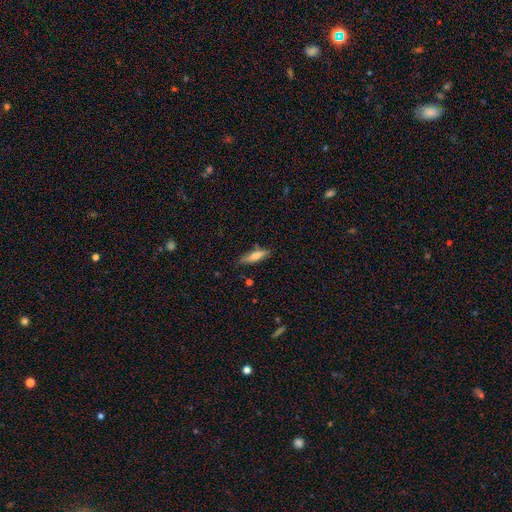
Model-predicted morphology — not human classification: type=smooth (69%); roundness=cigar-shaped (68%); merging=none (79%).